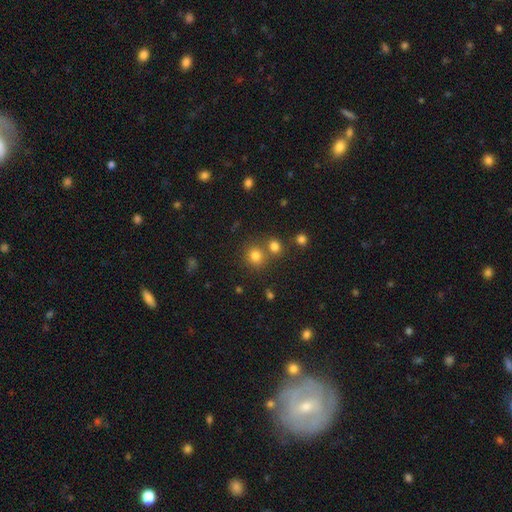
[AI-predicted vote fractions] This is likely a smooth galaxy (78%). How rounded: clearly round (84%). Merging: likely none (65%).